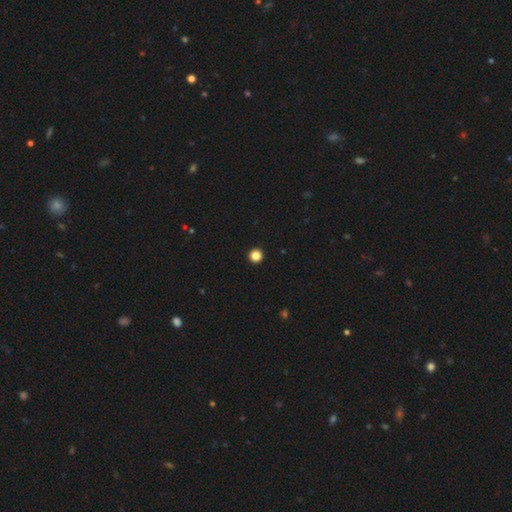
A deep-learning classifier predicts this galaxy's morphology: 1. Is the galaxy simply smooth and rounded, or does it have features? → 86% smooth, 12% star or artifact, 2% featured or disk.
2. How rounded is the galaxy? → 96% round, 3% in between, 1% cigar-shaped.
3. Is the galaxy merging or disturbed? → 94% none, 3% minor disturbance, 1% major disturbance, 1% merger.